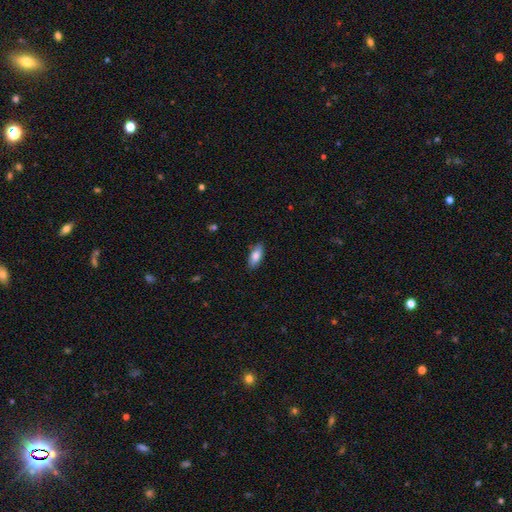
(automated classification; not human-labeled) smooth 82%, featured or disk 11%, star or artifact 6%. Down the decision tree: how rounded — in between (83%); merging — none (86%).